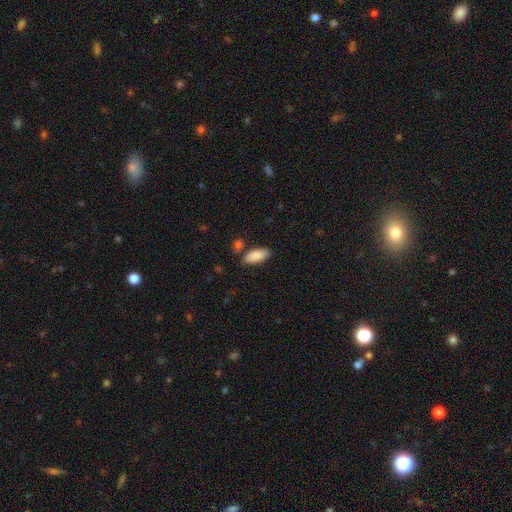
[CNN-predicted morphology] Smooth or featured?
  - smooth: 88% *
  - star or artifact: 6%
  - featured or disk: 6%
How rounded?
  - in between: 87% *
  - cigar-shaped: 12%
  - round: 2%
Merging?
  - none: 79% *
  - minor disturbance: 12%
  - merger: 6%
  - major disturbance: 3%